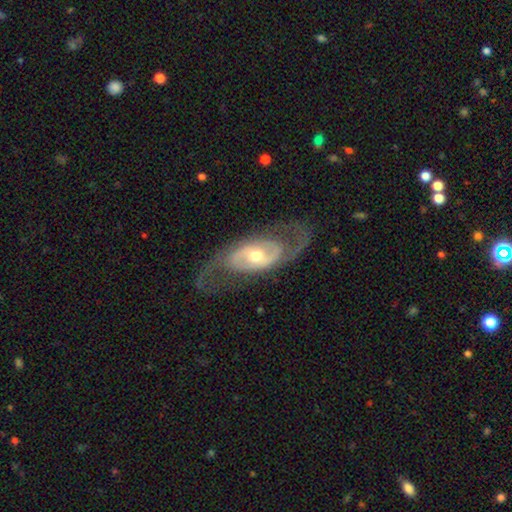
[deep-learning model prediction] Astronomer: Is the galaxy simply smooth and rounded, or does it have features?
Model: featured or disk — 84%.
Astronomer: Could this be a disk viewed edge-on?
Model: no — 92%.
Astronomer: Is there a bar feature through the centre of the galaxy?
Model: no — 56%.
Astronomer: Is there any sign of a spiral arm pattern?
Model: yes — 81%.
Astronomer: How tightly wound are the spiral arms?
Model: medium — 44% (runner-up: loose, 33%).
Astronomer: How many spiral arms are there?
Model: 2 — 85%.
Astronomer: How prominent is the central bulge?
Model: moderate — 68%.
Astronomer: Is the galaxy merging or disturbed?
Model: none — 71%.